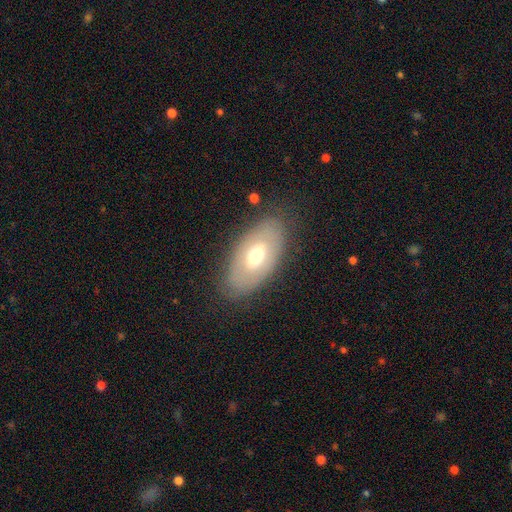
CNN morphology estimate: smooth 53%, featured or disk 40%, star or artifact 7%. Down the decision tree: how rounded — in between (92%); merging — none (79%).